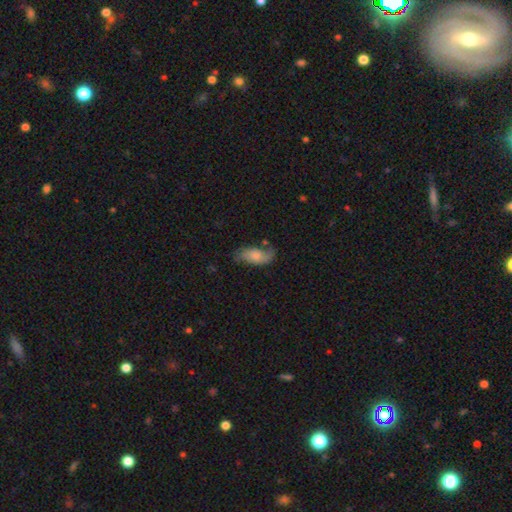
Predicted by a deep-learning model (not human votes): Q: Smooth or featured?
A: smooth (52%); runner-up: featured or disk (40%)
Q: How rounded?
A: in between (89%); runner-up: cigar-shaped (7%)
Q: Merging?
A: none (54%); runner-up: minor disturbance (27%)